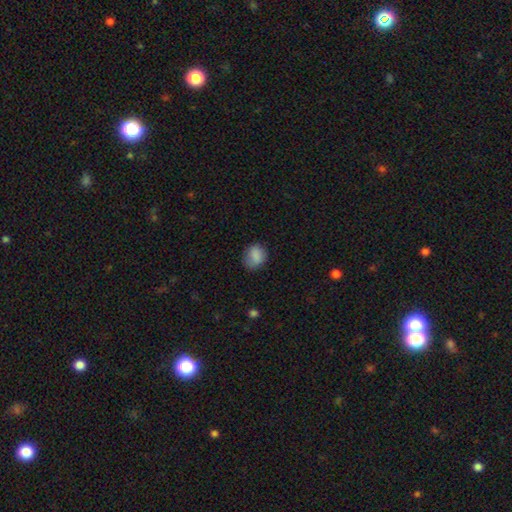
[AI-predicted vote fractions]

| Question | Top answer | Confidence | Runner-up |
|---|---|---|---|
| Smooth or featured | smooth | 84% | star or artifact (9%) |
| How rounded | round | 57% | in between (42%) |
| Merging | none | 74% | minor disturbance (19%) |